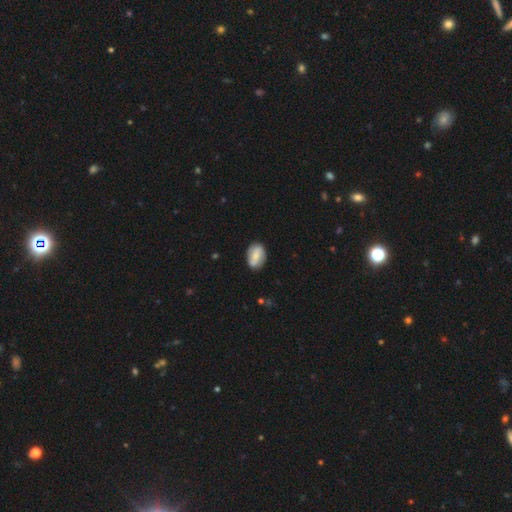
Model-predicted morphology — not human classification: smooth_or_featured: smooth (p=0.55) [alt: featured or disk p=0.38]
how_rounded: in between (p=0.86) [alt: round p=0.12]
merging: none (p=0.81) [alt: minor disturbance p=0.14]